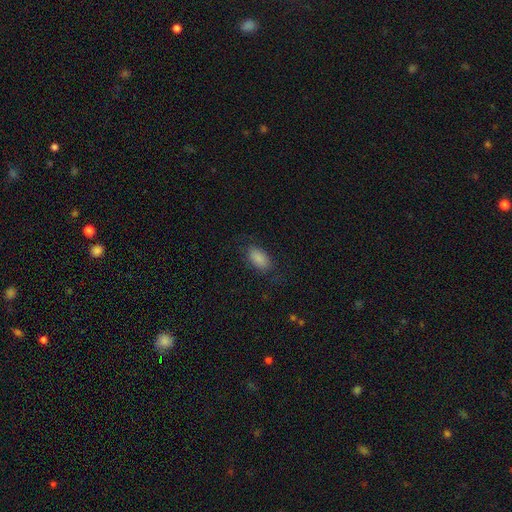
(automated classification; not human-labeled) This is clearly a smooth galaxy (81%). How rounded: clearly in between (91%). Merging: likely none (77%).